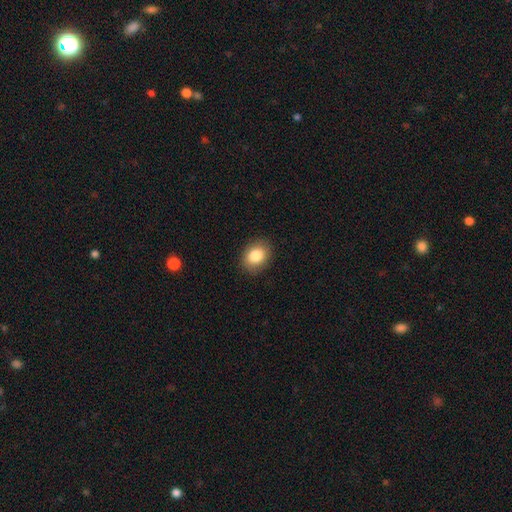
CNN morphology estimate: type=smooth (84%); roundness=in between (57%); merging=none (88%).